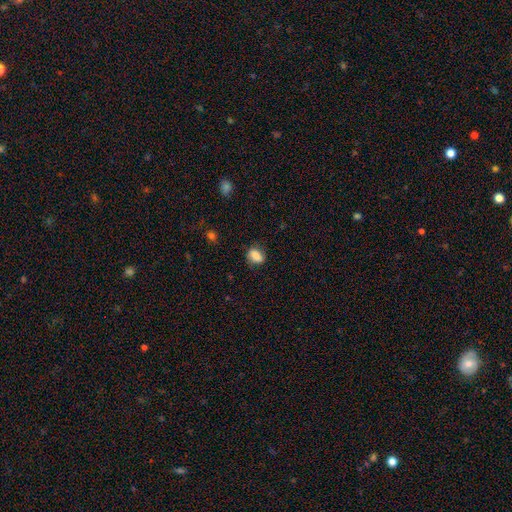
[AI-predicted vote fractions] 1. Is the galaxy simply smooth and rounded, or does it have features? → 83% smooth, 9% star or artifact, 8% featured or disk.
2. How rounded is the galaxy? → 74% in between, 23% round, 3% cigar-shaped.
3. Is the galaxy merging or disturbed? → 75% none, 18% minor disturbance, 5% major disturbance, 1% merger.